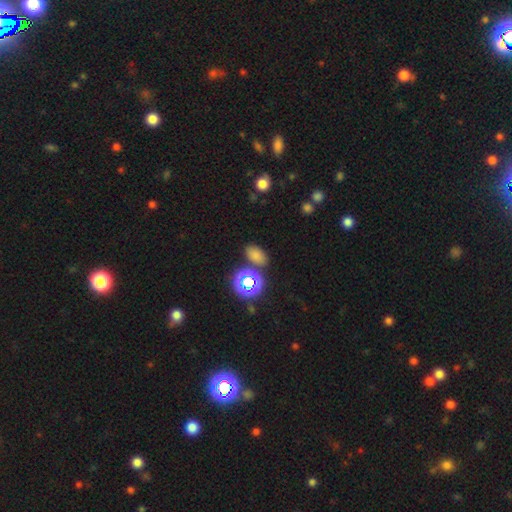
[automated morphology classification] smooth 69%, star or artifact 24%, featured or disk 6%. Down the decision tree: how rounded — in between (85%); merging — none (78%).